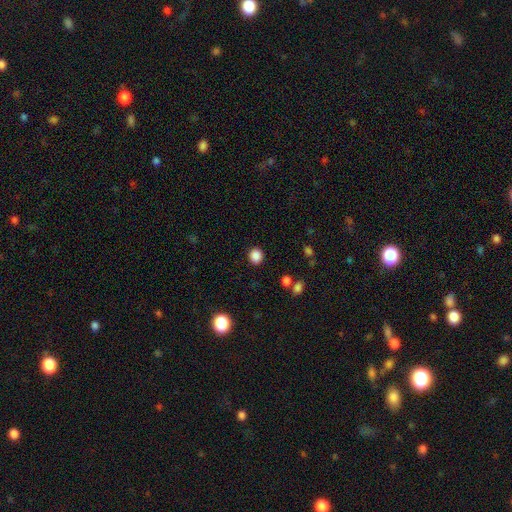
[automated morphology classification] A smooth galaxy with no disk features (87%) that is round (76%).

Vote fractions:
- Smooth or featured? smooth: 87% / star or artifact: 10% / featured or disk: 3%
- How rounded? round: 76% / in between: 23% / cigar-shaped: 1%
- Merging? none: 89% / minor disturbance: 7% / major disturbance: 3% / merger: 2%